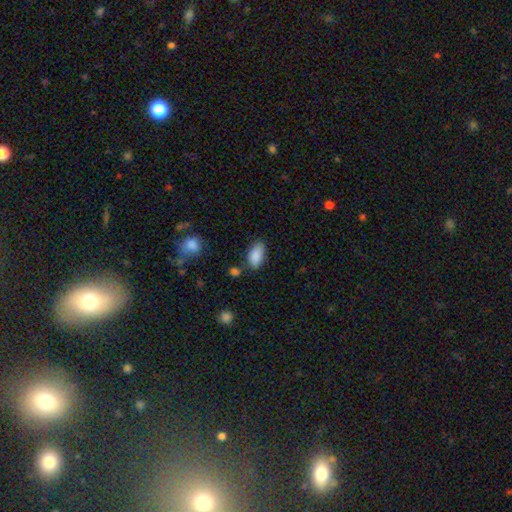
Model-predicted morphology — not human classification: This appears to be a smooth galaxy with no disk features (87%) that is in between round and cigar-shaped (93%). Merging: none (70%).